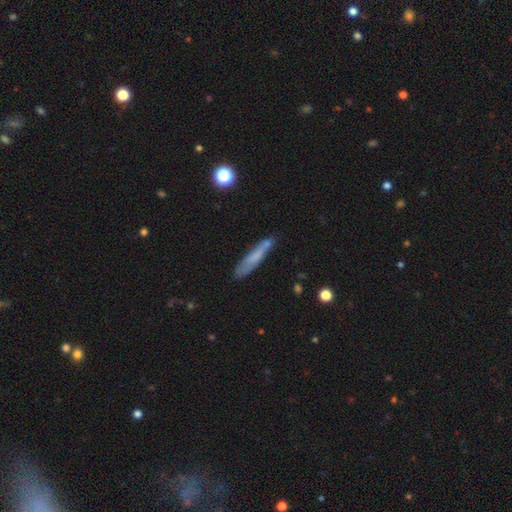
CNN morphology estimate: Smooth or featured?
  - smooth: 60% *
  - featured or disk: 32%
  - star or artifact: 8%
How rounded?
  - cigar-shaped: 90% *
  - in between: 8%
  - round: 2%
Merging?
  - none: 69% *
  - minor disturbance: 20%
  - merger: 6%
  - major disturbance: 5%